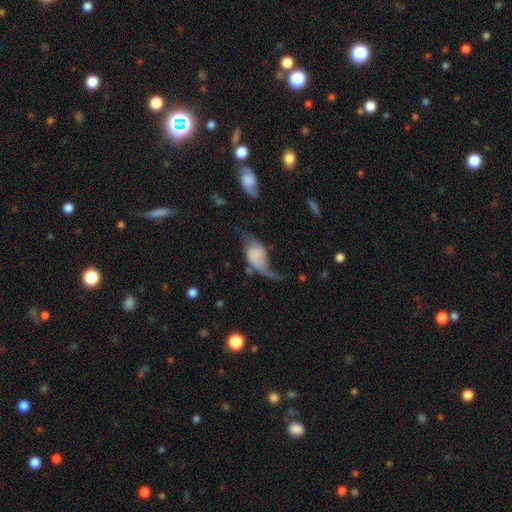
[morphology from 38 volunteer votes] A featured or disk galaxy (82%) with no bar (57%), 2 (100%) loose (91%) spiral arms (77%) and no central bulge (40%). Merging: none (44%).